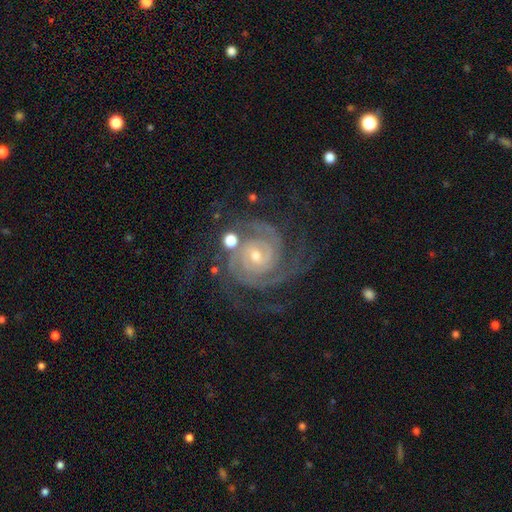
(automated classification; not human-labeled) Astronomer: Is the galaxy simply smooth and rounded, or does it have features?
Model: featured or disk — 92%.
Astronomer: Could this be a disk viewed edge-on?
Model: no — 98%.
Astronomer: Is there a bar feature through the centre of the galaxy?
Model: no — 61%.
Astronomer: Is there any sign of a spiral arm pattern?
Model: yes — 99%.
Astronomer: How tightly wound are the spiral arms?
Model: tight — 74%.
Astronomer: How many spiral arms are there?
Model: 2 — 43% (runner-up: 3, 26%).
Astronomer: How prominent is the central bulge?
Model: small — 64%.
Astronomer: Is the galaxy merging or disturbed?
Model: none — 70%.